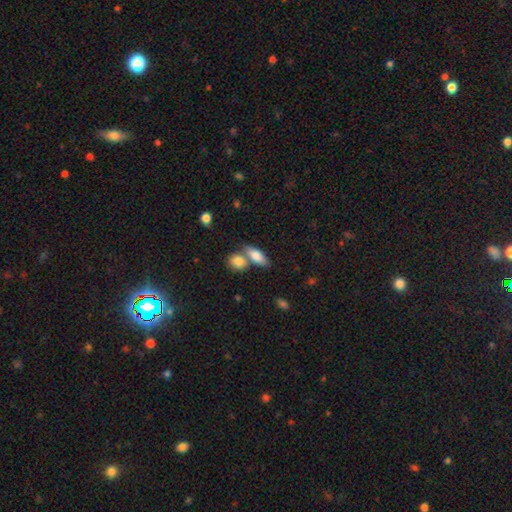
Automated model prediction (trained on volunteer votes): Smooth or featured: smooth — 82% (featured or disk — 12%)
How rounded: in between — 78% (cigar-shaped — 16%)
Merging: none — 44% (merger — 42%)